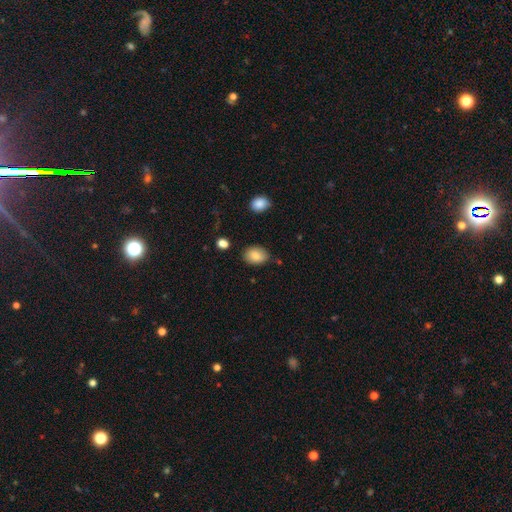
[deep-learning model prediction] smooth-or-featured: smooth: 85% | star or artifact: 8% | featured or disk: 7%
  how-rounded: in between: 76% | round: 23% | cigar-shaped: 1%
  merging: none: 78% | minor disturbance: 16% | major disturbance: 3% | merger: 3%